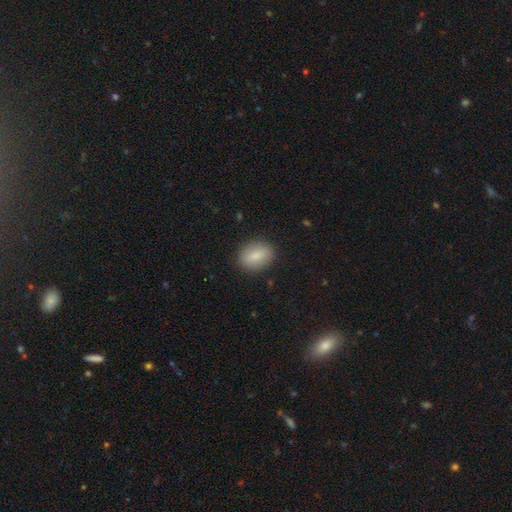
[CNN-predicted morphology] This is clearly a smooth galaxy (82%). How rounded: likely in between (73%). Merging: clearly none (87%).